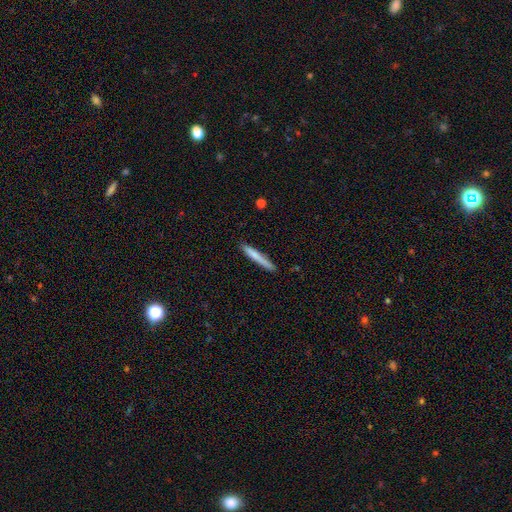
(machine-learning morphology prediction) This is likely a smooth galaxy (73%). How rounded: clearly cigar-shaped (96%). Merging: clearly none (86%).